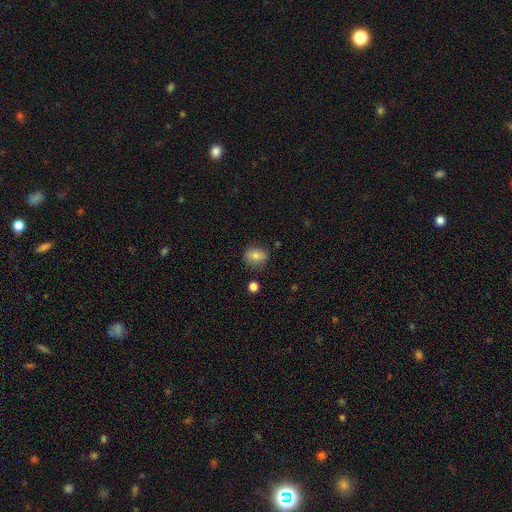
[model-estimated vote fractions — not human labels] Morphology: type=smooth (78%); roundness=in between (49%, tied with round); merging=none (75%).